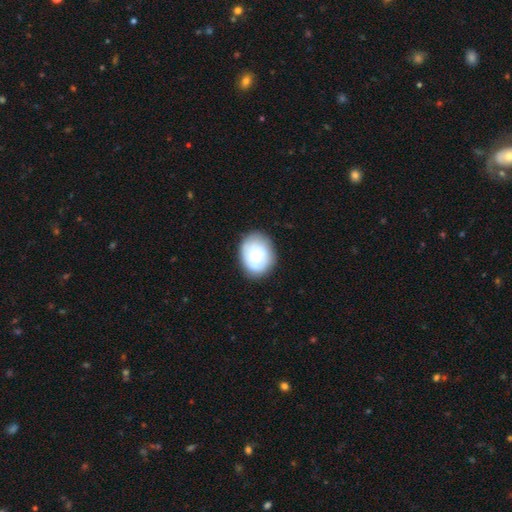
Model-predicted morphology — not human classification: Smooth or featured?
  - smooth: 48% *
  - featured or disk: 45%
  - star or artifact: 7%
Merging?
  - none: 77% *
  - minor disturbance: 16%
  - major disturbance: 5%
  - merger: 2%